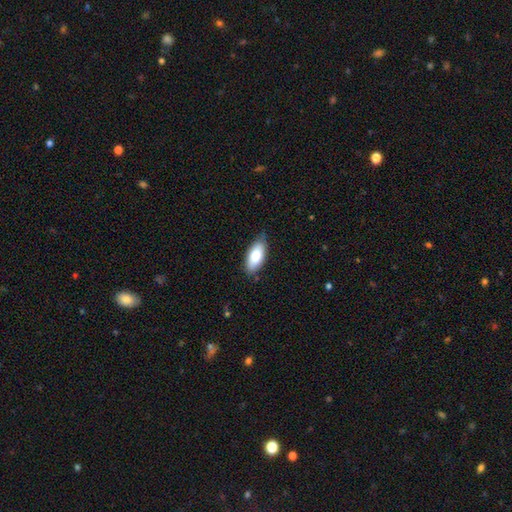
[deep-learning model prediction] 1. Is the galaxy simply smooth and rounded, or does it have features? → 77% smooth, 17% featured or disk, 6% star or artifact.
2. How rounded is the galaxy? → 87% in between, 11% cigar-shaped, 2% round.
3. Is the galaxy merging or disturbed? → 80% none, 17% minor disturbance, 2% major disturbance, 1% merger.